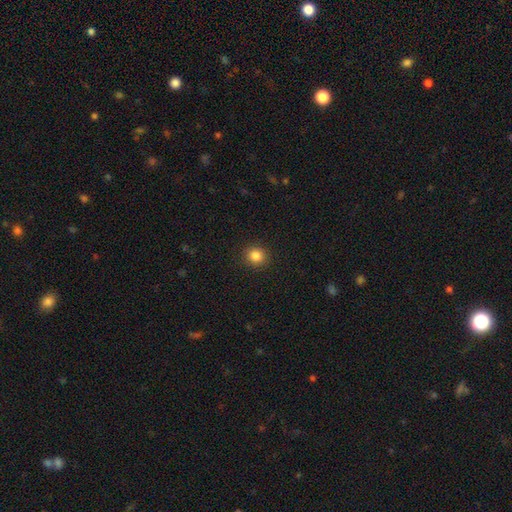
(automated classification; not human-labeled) The model was most divided on "smooth or featured": smooth: 85%, star or artifact: 11%, featured or disk: 4%. More confident: merging — none (91%); how rounded — round (87%).